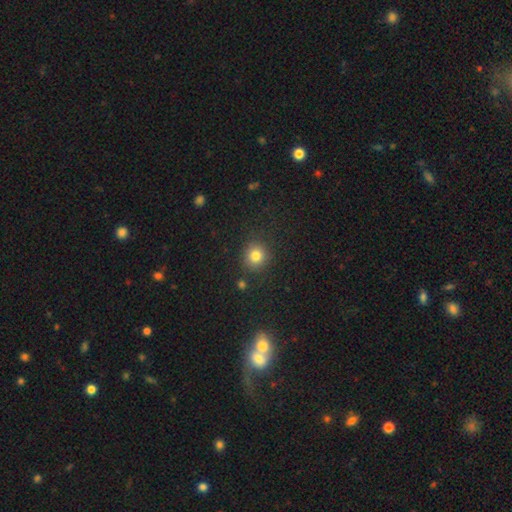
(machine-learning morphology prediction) smooth-or-featured: smooth: 81% | star or artifact: 14% | featured or disk: 6%
  how-rounded: round: 88% | in between: 11% | cigar-shaped: 1%
  merging: none: 85% | minor disturbance: 9% | major disturbance: 3% | merger: 3%